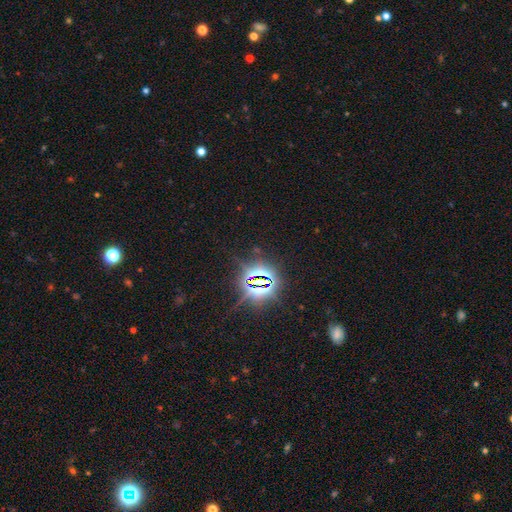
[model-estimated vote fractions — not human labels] Q: Smooth or featured?
A: star or artifact (80%); runner-up: smooth (13%)